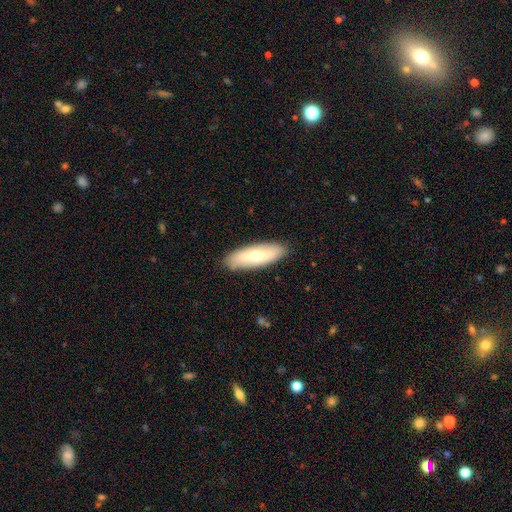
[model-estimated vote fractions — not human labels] Smooth or featured: smooth — 60% (featured or disk — 34%)
How rounded: in between — 56% (cigar-shaped — 41%)
Merging: none — 88% (minor disturbance — 9%)